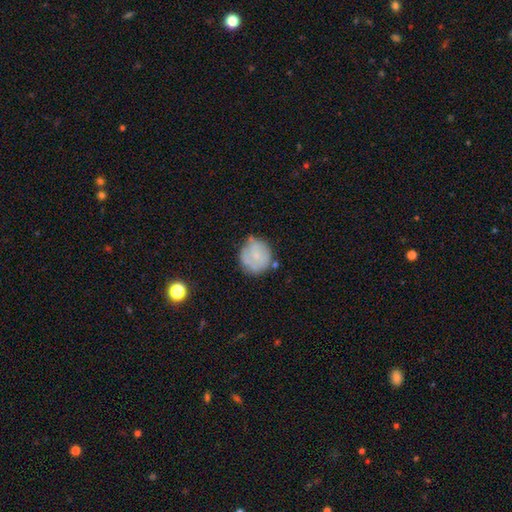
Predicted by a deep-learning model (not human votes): Smooth or featured?
  - smooth: 65% *
  - featured or disk: 28%
  - star or artifact: 8%
How rounded?
  - round: 88% *
  - in between: 11%
  - cigar-shaped: 1%
Merging?
  - none: 59% *
  - minor disturbance: 27%
  - major disturbance: 8%
  - merger: 7%